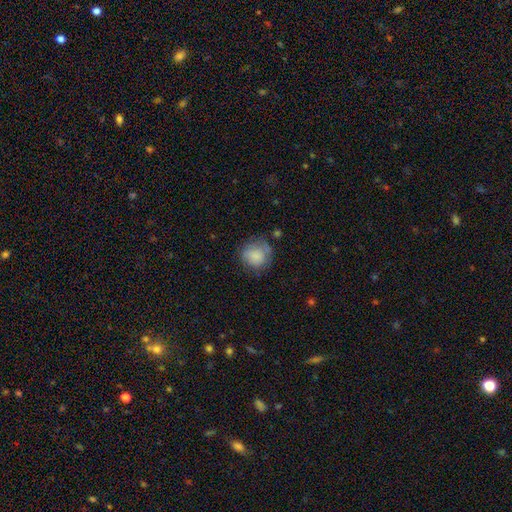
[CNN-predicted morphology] Smooth or featured? Predicted: smooth (p=0.79). How rounded? Predicted: round (p=0.83). Merging? Predicted: none (p=0.62).